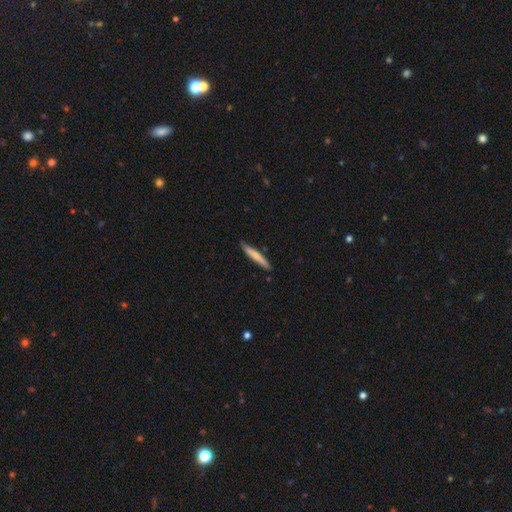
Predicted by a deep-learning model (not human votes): Smooth or featured? Predicted: smooth (p=0.66). How rounded? Predicted: cigar-shaped (p=0.94). Merging? Predicted: none (p=0.87).